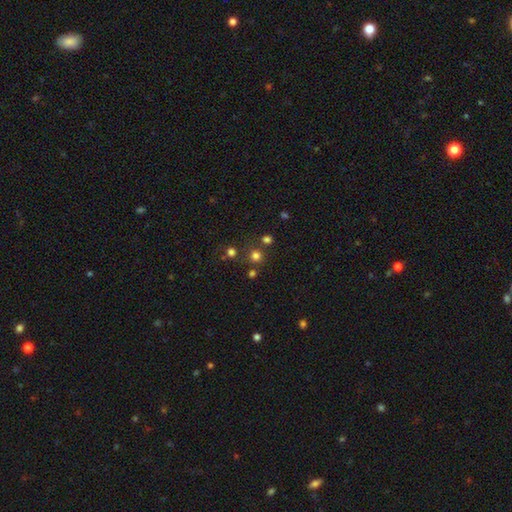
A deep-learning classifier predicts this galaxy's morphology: smooth-or-featured: smooth: 71% | star or artifact: 23% | featured or disk: 6%
  how-rounded: round: 92% | in between: 7% | cigar-shaped: 1%
  merging: none: 77% | merger: 13% | minor disturbance: 7% | major disturbance: 3%